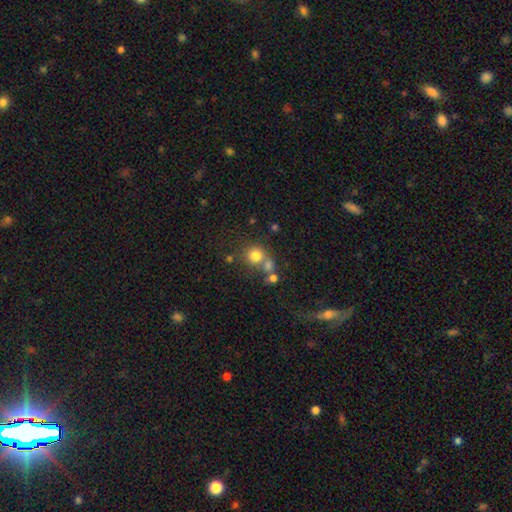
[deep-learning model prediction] smooth_or_featured: smooth (p=0.76) [alt: star or artifact p=0.14]
how_rounded: round (p=0.87) [alt: in between p=0.12]
merging: none (p=0.55) [alt: merger p=0.30]